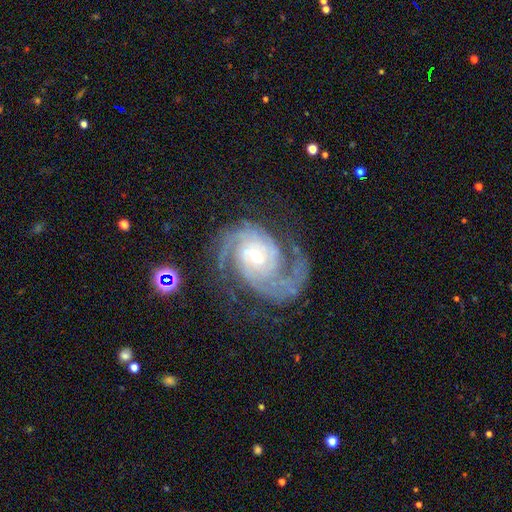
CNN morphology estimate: Smooth or featured? featured or disk (92%)
Edge-on disk? no (98%)
Bar? no (63%)
Spiral arms? yes (98%)
Spiral winding? tight (48%)
Spiral arm count? 2 (64%)
Bulge size? small (52%)
Merging? none (64%)